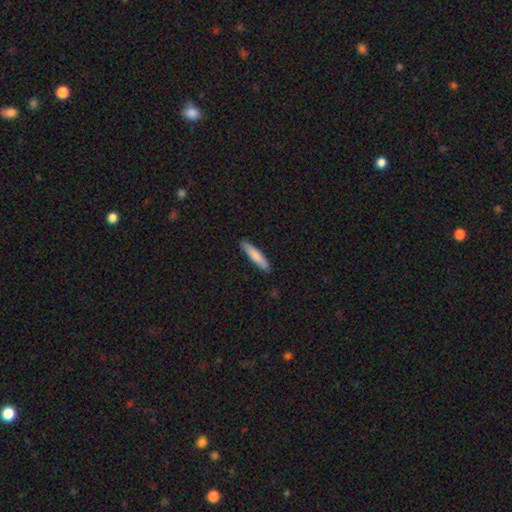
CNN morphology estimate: This appears to be a smooth galaxy with no disk features (82%) that is cigar-shaped (86%). Merging: none (88%).